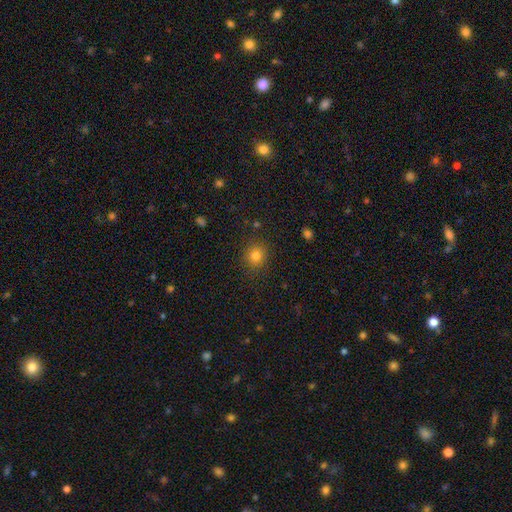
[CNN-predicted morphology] Overall: smooth (81%). How rounded: round (80%). Merging: none (87%).